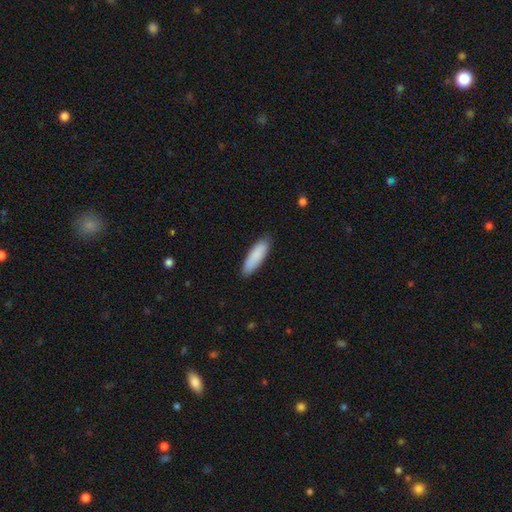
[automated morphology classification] Smooth or featured?
  - smooth: 87% *
  - featured or disk: 7%
  - star or artifact: 6%
How rounded?
  - cigar-shaped: 56% *
  - in between: 42%
  - round: 1%
Merging?
  - none: 85% *
  - minor disturbance: 12%
  - major disturbance: 2%
  - merger: 1%